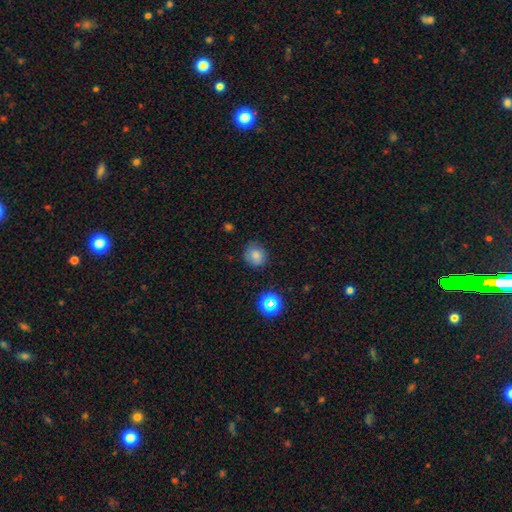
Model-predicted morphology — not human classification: Smooth or featured?
  - smooth: 78% *
  - star or artifact: 14%
  - featured or disk: 8%
How rounded?
  - round: 81% *
  - in between: 18%
  - cigar-shaped: 1%
Merging?
  - none: 79% *
  - minor disturbance: 15%
  - major disturbance: 3%
  - merger: 2%